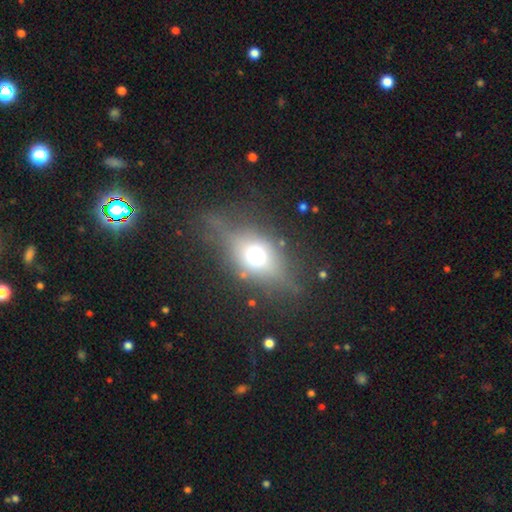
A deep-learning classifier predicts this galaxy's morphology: Overall: smooth (46%; featured or disk 41%). Merging: none (62%).